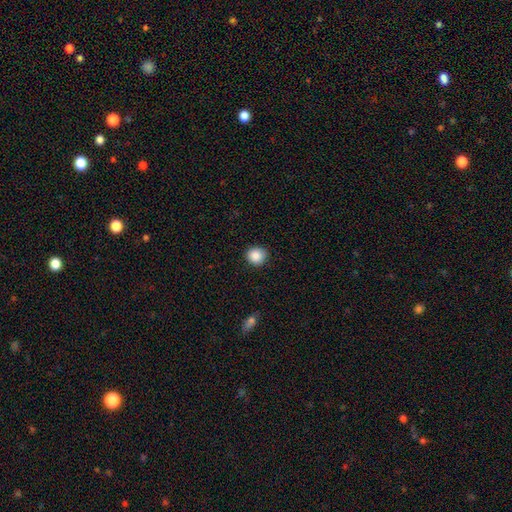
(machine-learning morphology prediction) Smooth or featured?
  - smooth: 88% *
  - star or artifact: 9%
  - featured or disk: 3%
How rounded?
  - round: 91% *
  - in between: 8%
  - cigar-shaped: 1%
Merging?
  - none: 90% *
  - minor disturbance: 7%
  - major disturbance: 2%
  - merger: 1%